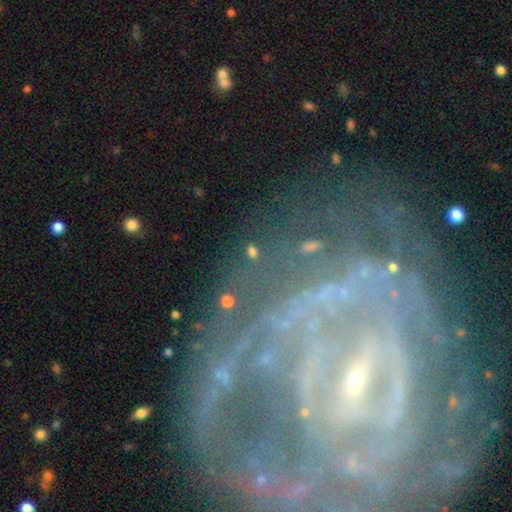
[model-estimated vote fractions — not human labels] Smooth or featured? featured or disk (69%)
Edge-on disk? no (94%)
Bar? no (38%)
Spiral arms? yes (83%)
Spiral winding? tight (65%)
Spiral arm count? can't tell (33%)
Bulge size? small (60%)
Merging? none (67%)